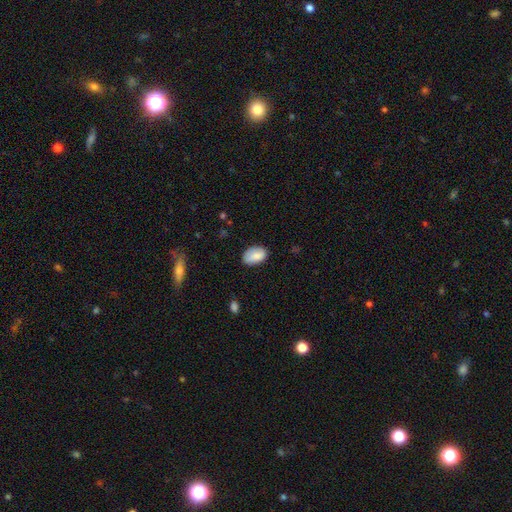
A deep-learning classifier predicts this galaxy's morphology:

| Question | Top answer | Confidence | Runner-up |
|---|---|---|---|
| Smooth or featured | smooth | 84% | featured or disk (9%) |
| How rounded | in between | 91% | round (7%) |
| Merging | none | 74% | minor disturbance (21%) |